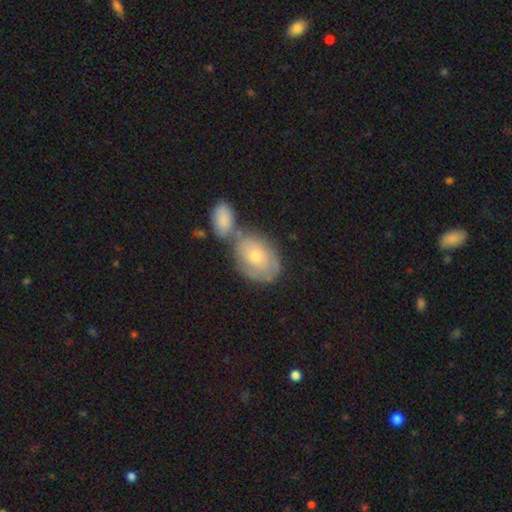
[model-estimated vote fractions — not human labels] smooth_or_featured: smooth (p=0.49) [alt: featured or disk p=0.44]
merging: merger (p=0.43) [alt: none p=0.36]